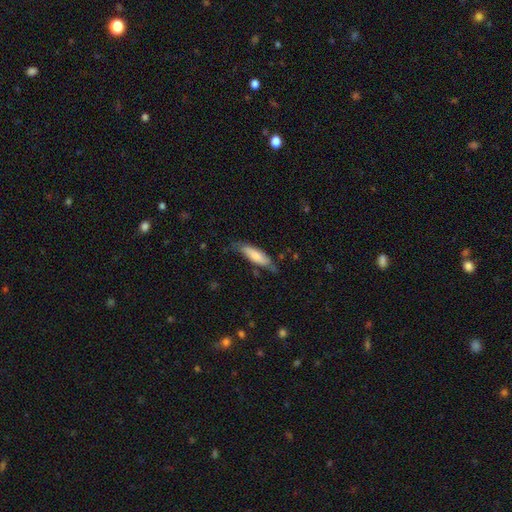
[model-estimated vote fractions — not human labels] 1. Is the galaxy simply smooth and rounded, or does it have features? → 74% smooth, 20% featured or disk, 5% star or artifact.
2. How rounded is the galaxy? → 62% cigar-shaped, 37% in between, 1% round.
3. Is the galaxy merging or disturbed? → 65% none, 27% minor disturbance, 6% major disturbance, 2% merger.